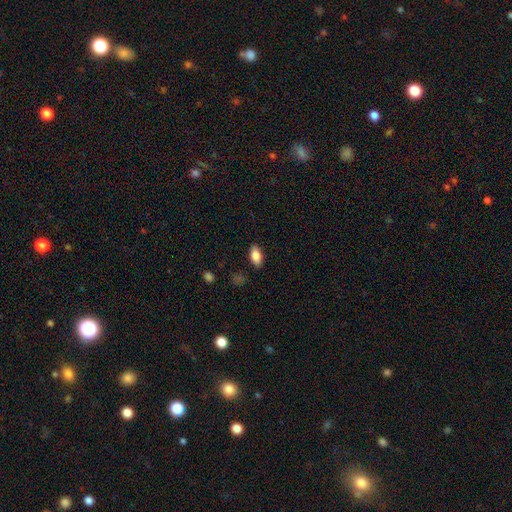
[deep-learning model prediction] Smooth or featured? Predicted: smooth (p=0.84). How rounded? Predicted: in between (p=0.90). Merging? Predicted: none (p=0.86).